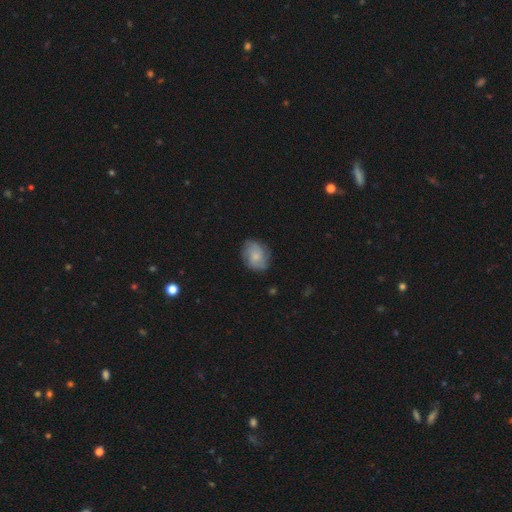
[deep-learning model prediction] smooth-or-featured: featured or disk: 47% | smooth: 46% | star or artifact: 8%
  merging: none: 77% | minor disturbance: 17% | major disturbance: 5% | merger: 1%